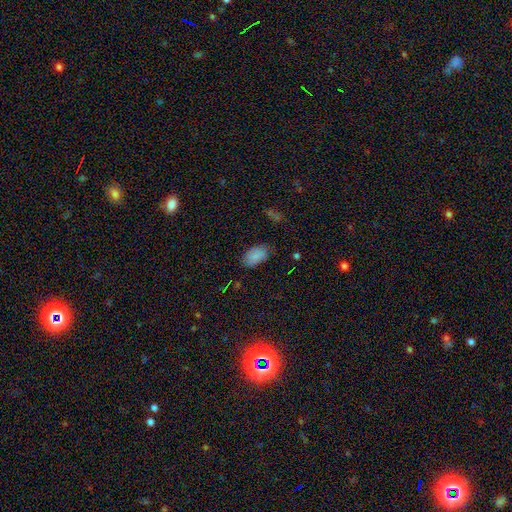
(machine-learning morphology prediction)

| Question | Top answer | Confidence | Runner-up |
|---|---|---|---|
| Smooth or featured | smooth | 83% | star or artifact (10%) |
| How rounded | in between | 93% | round (5%) |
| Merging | none | 73% | minor disturbance (21%) |